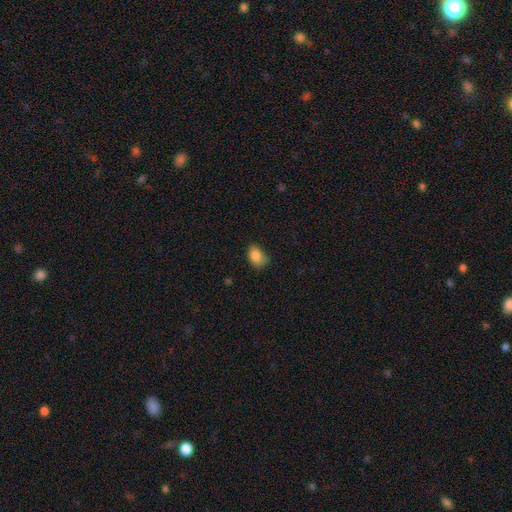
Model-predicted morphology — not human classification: This is clearly a smooth galaxy (84%). How rounded: likely in between (77%). Merging: possibly none (57%).